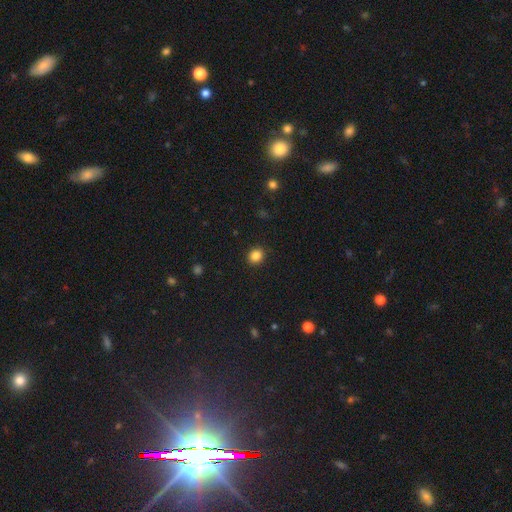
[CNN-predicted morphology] Overall: smooth (85%). How rounded: round (78%). Merging: none (91%).